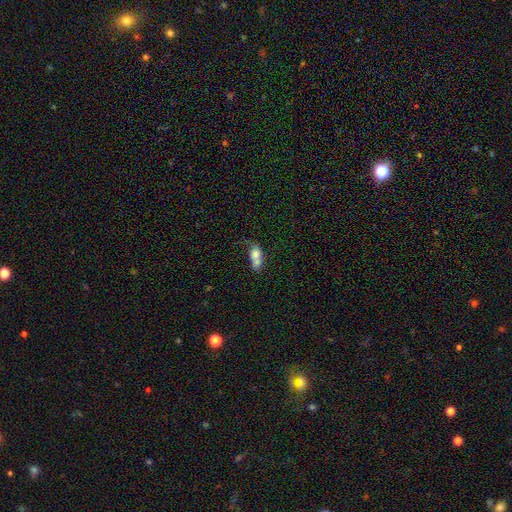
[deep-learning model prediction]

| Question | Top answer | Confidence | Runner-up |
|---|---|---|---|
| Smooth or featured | smooth | 70% | featured or disk (20%) |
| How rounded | in between | 73% | cigar-shaped (14%) |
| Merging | merger | 42% | none (22%) |